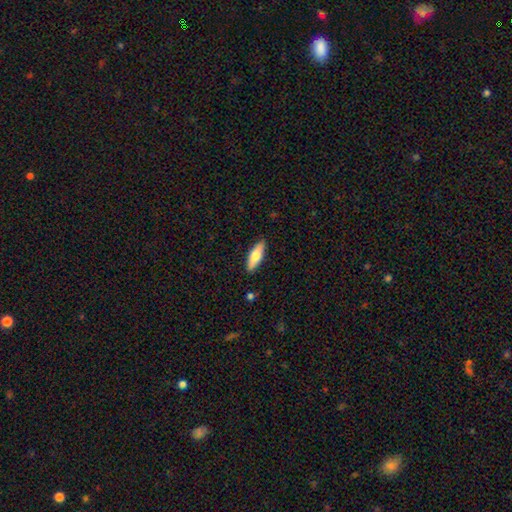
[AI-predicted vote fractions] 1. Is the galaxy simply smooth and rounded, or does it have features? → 67% smooth, 28% featured or disk, 6% star or artifact.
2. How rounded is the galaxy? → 60% in between, 38% cigar-shaped, 2% round.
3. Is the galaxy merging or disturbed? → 89% none, 8% minor disturbance, 2% major disturbance, 1% merger.